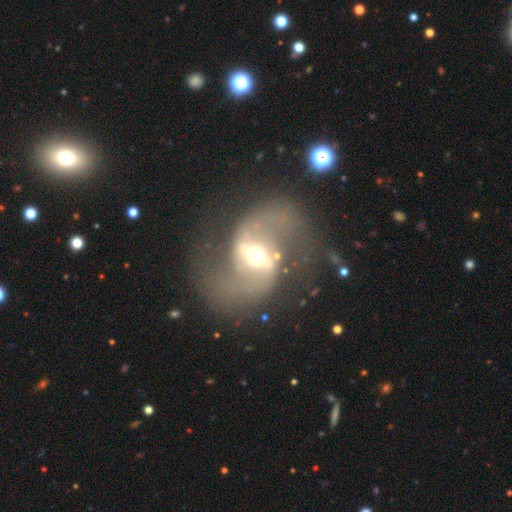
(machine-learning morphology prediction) This is clearly a featured or disk galaxy (88%). It is clearly not viewed edge-on (96%). Bar: possibly strong (60%). Spiral arm pattern: clearly yes (89%). Spiral arm count: clearly 2 (92%). Spiral winding: possibly loose (59%). Central bulge: likely moderate (67%). Merging: likely none (67%).